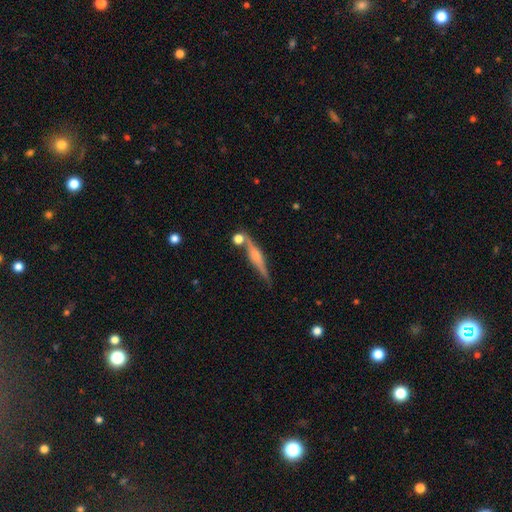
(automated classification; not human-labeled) Smooth or featured? Predicted: featured or disk (p=0.65). Edge-on disk? Predicted: yes (p=0.96). Edge-on bulge? Predicted: rounded (p=0.60). Merging? Predicted: none (p=0.73).